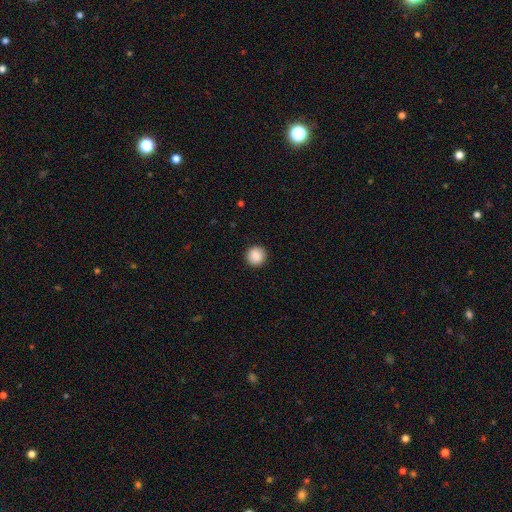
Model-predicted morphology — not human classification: smooth-or-featured: smooth: 88% | star or artifact: 8% | featured or disk: 4%
  how-rounded: round: 95% | in between: 4% | cigar-shaped: 1%
  merging: none: 93% | minor disturbance: 5% | major disturbance: 2% | merger: 1%